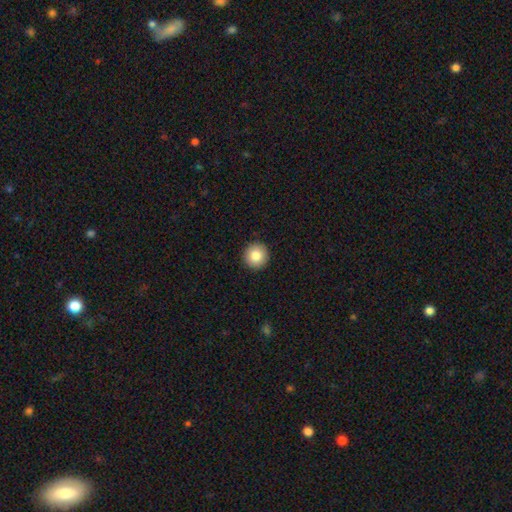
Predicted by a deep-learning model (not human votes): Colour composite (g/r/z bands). It shows a smooth galaxy with no disk features (84%) that is round (95%). Merging: none (93%).